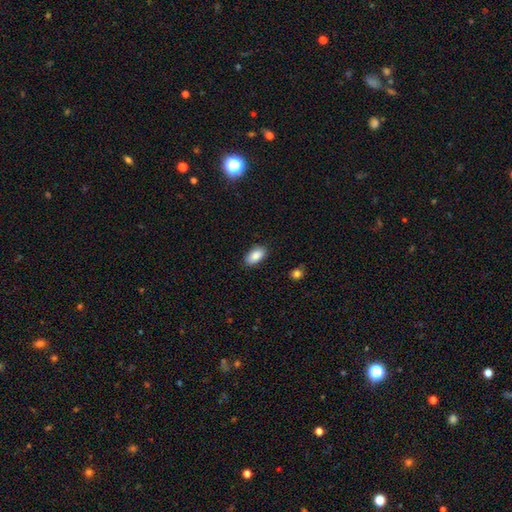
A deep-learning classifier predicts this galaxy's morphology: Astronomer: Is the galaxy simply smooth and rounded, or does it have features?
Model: smooth — 87%.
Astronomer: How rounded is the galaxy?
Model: in between — 94%.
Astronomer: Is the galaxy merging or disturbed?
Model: none — 87%.